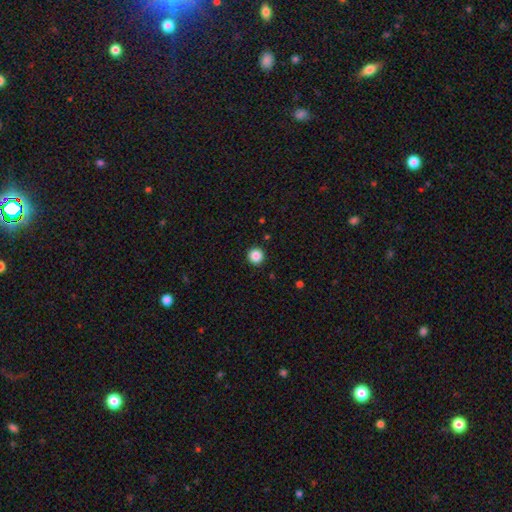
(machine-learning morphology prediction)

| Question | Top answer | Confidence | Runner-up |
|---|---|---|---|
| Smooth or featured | smooth | 87% | star or artifact (10%) |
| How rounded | round | 96% | in between (3%) |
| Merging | none | 93% | minor disturbance (4%) |